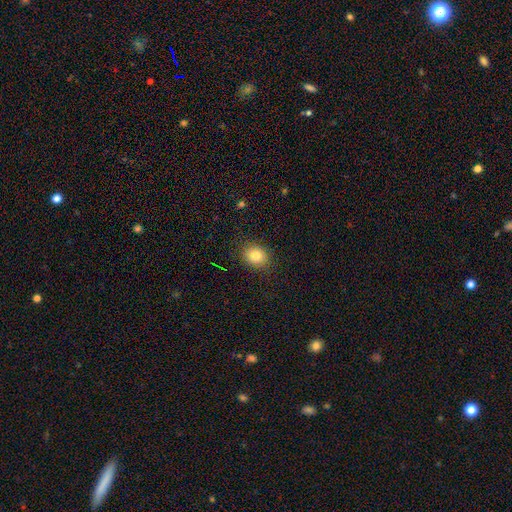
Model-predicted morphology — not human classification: smooth-or-featured: smooth: 81% | star or artifact: 10% | featured or disk: 8%
  how-rounded: round: 54% | in between: 45% | cigar-shaped: 1%
  merging: none: 87% | minor disturbance: 9% | major disturbance: 3% | merger: 1%